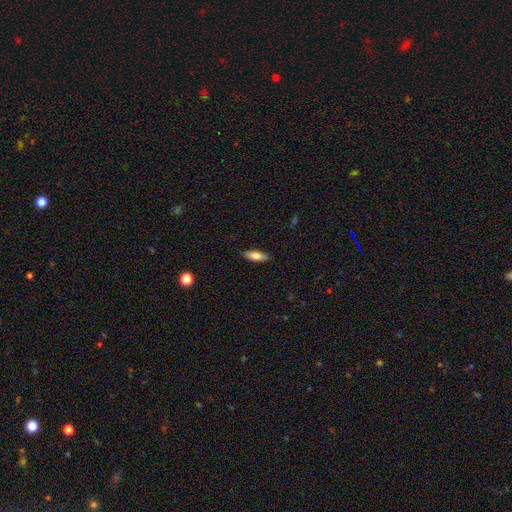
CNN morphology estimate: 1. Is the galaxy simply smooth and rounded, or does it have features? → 79% smooth, 15% featured or disk, 7% star or artifact.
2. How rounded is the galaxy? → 69% in between, 29% cigar-shaped, 2% round.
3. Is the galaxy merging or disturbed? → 87% none, 10% minor disturbance, 2% major disturbance, 1% merger.